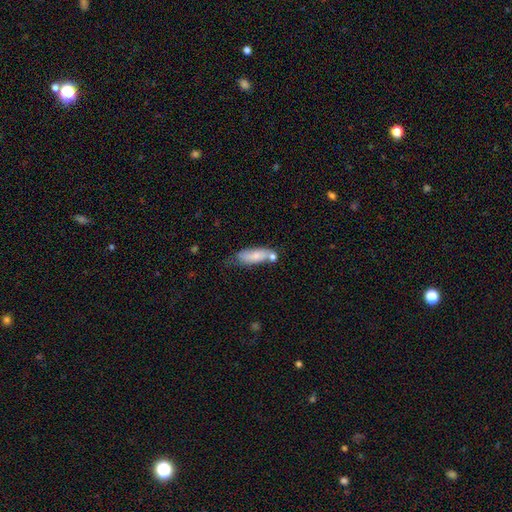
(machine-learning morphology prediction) A smooth galaxy with no disk features (73%) that is in between round and cigar-shaped (64%). Merging: none (41%).